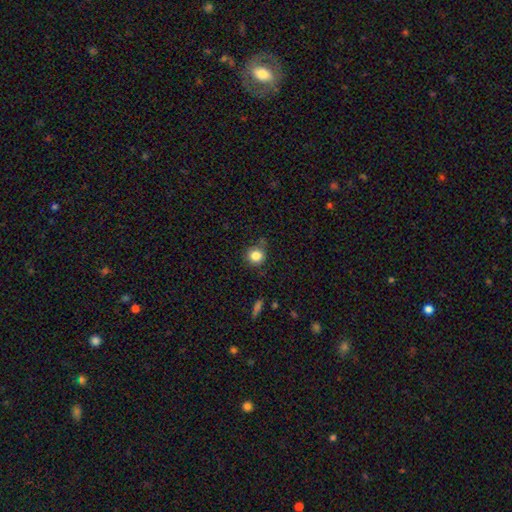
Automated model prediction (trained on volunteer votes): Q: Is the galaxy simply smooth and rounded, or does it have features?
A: smooth — 84%.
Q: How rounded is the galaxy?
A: round — 89%.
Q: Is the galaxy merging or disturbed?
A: none — 73%.